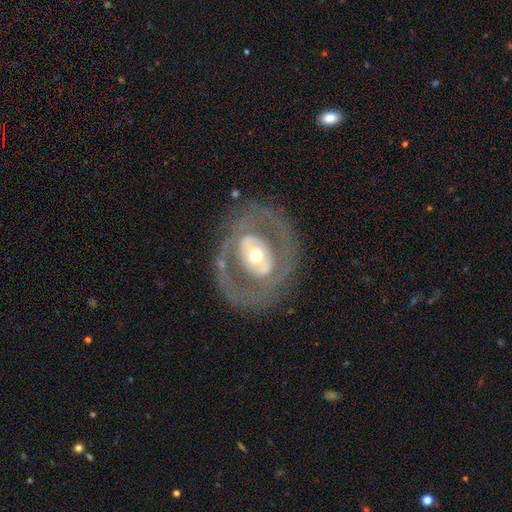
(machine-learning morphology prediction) smooth-or-featured: featured or disk: 73% | smooth: 21% | star or artifact: 6%
  disk-edge-on: no: 94% | yes: 6%
    bar: no: 52% | weak: 26% | strong: 22%
    has-spiral-arms: no: 63% | yes: 37%
    bulge-size: moderate: 65% | large: 16% | small: 16% | dominant: 2% | none: 1%
  merging: none: 74% | major disturbance: 12% | minor disturbance: 12% | merger: 2%